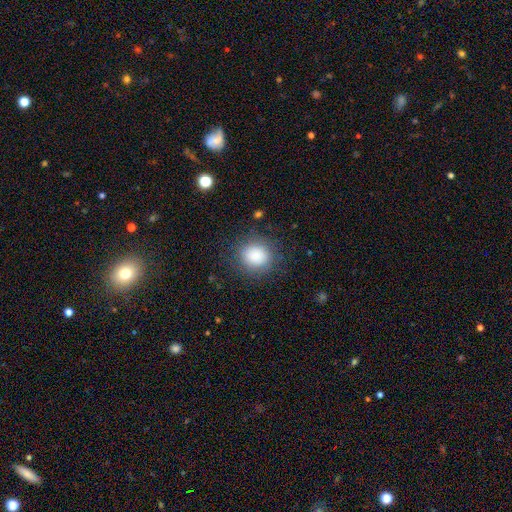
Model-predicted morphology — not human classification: smooth-or-featured: smooth: 86% | star or artifact: 9% | featured or disk: 5%
  how-rounded: round: 83% | in between: 16% | cigar-shaped: 1%
  merging: none: 83% | minor disturbance: 10% | major disturbance: 5% | merger: 1%